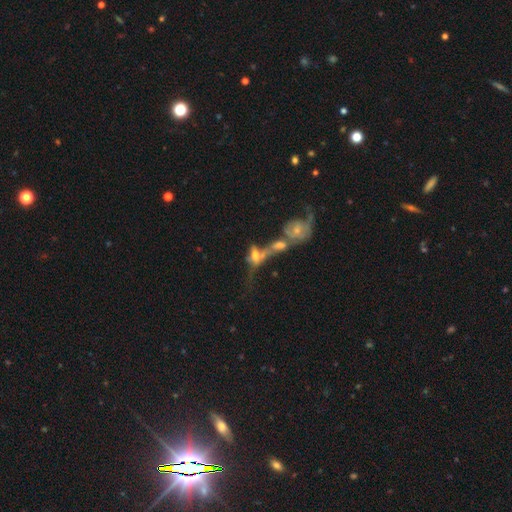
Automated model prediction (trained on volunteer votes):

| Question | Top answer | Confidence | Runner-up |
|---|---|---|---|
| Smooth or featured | featured or disk | 52% | smooth (34%) |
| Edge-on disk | no | 71% | yes (29%) |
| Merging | merger | 63% | none (15%) |